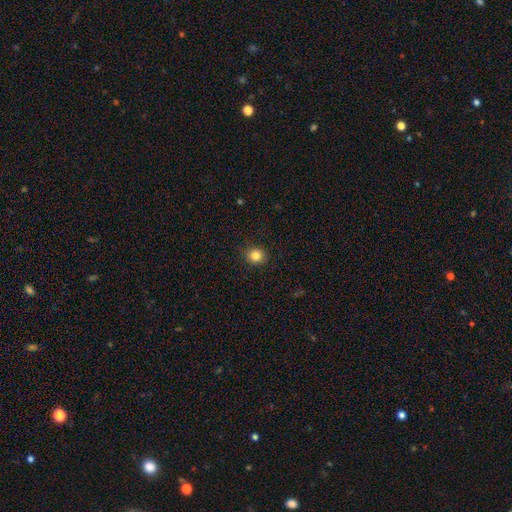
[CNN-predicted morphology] A smooth galaxy with no disk features (83%) that is round (86%). Merging: none (91%).